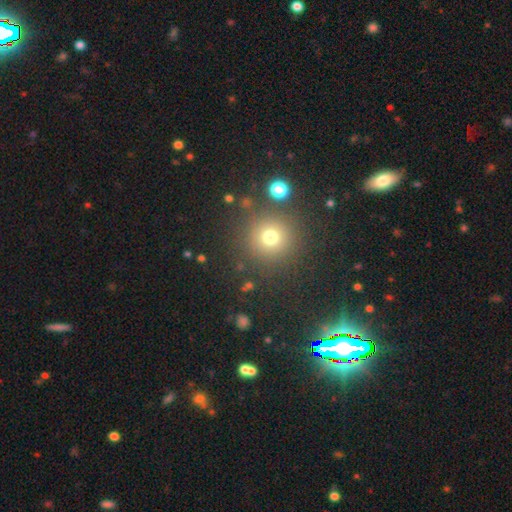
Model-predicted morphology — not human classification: This appears to be a star or artifact, not a galaxy (48%).